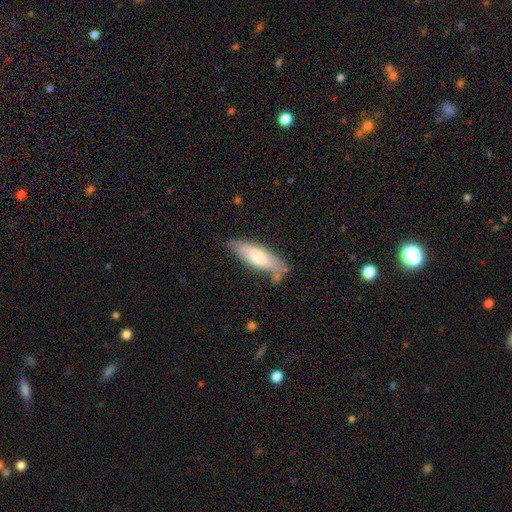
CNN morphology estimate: Q: Smooth or featured?
A: smooth (64%); runner-up: featured or disk (30%)
Q: How rounded?
A: in between (53%); runner-up: cigar-shaped (45%)
Q: Merging?
A: none (68%); runner-up: minor disturbance (22%)